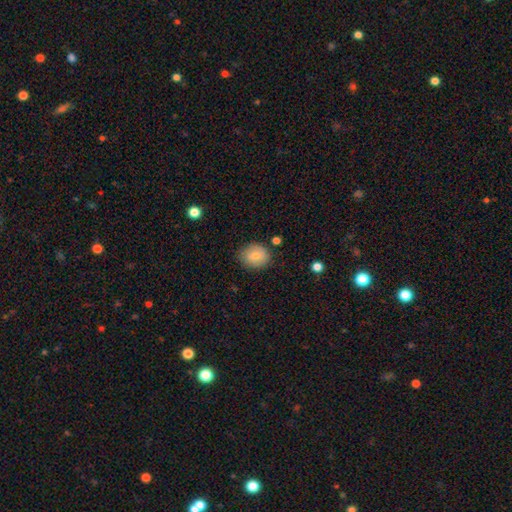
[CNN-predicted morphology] This appears to be a smooth galaxy with no disk features (79%) that is round (64%). Merging: none (82%).